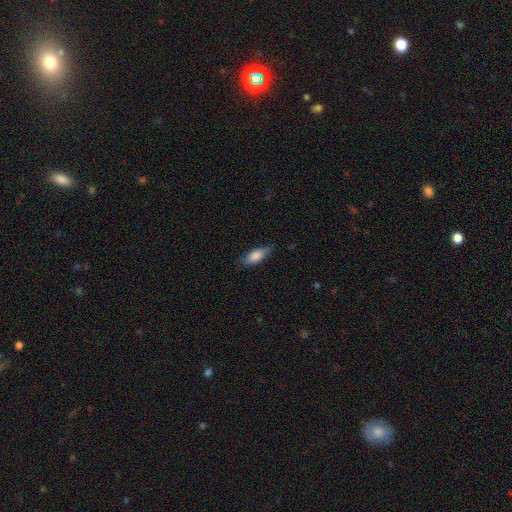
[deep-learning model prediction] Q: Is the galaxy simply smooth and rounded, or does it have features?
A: smooth — 80%.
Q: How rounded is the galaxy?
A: in between — 69%.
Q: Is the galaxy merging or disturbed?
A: none — 77%.